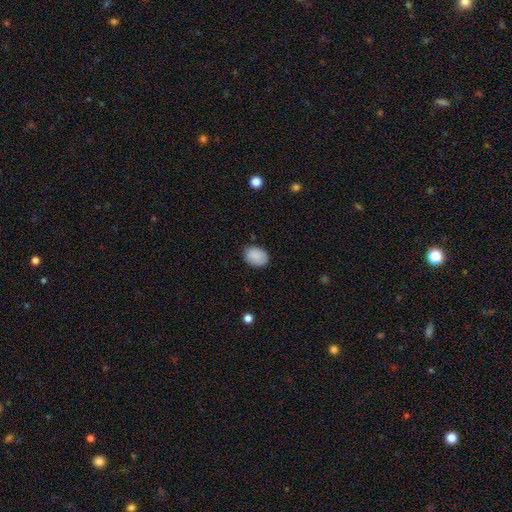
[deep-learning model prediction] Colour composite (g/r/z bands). It shows a smooth galaxy with no disk features (88%) that is in between round and cigar-shaped (73%). Merging: none (80%).